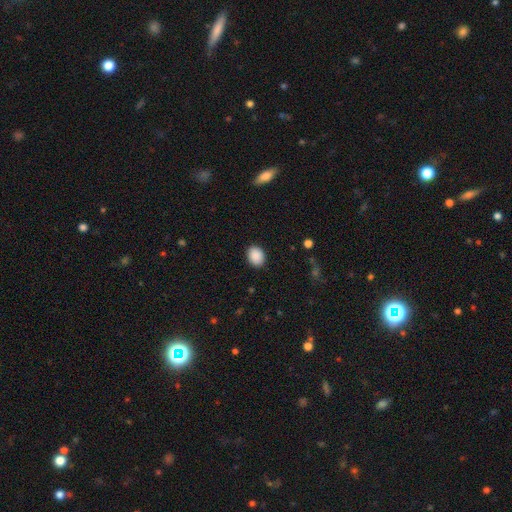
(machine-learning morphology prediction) Smooth or featured: smooth — 90% (star or artifact — 8%)
How rounded: in between — 60% (round — 39%)
Merging: none — 89% (minor disturbance — 8%)